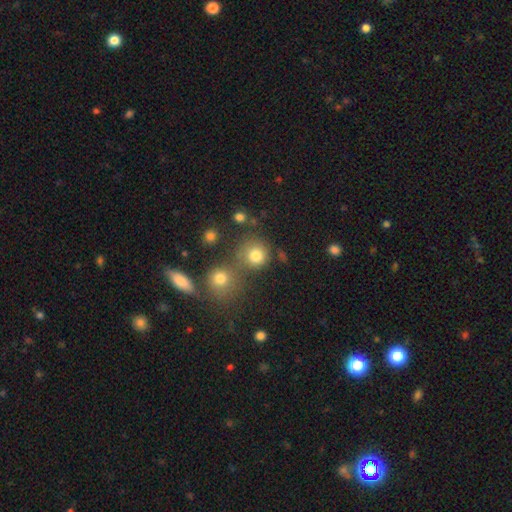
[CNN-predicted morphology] type=smooth (79%); roundness=round (90%); merging=none (62%).